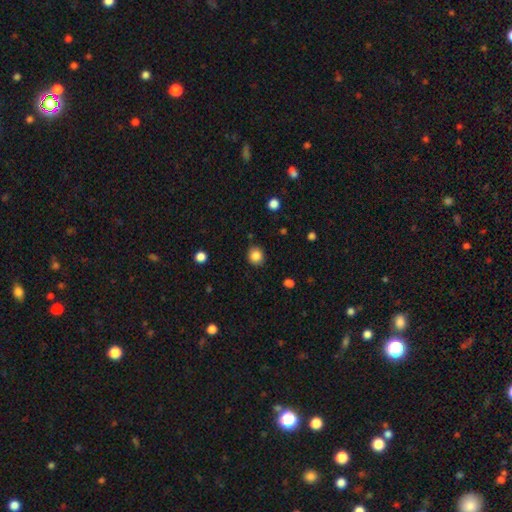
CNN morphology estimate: This is clearly a smooth galaxy (85%). How rounded: clearly round (81%). Merging: clearly none (86%).